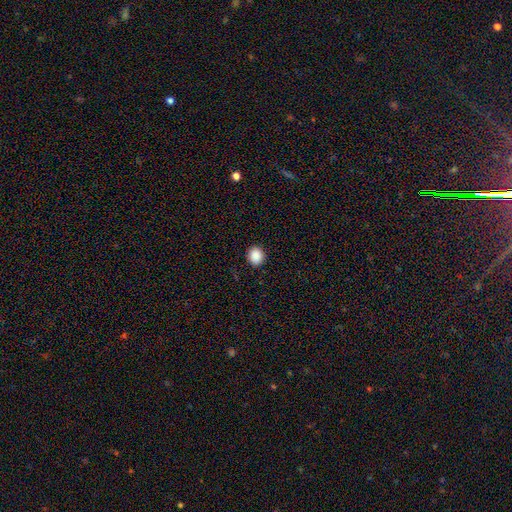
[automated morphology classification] This is clearly a smooth galaxy (89%). How rounded: likely round (70%). Merging: clearly none (91%).